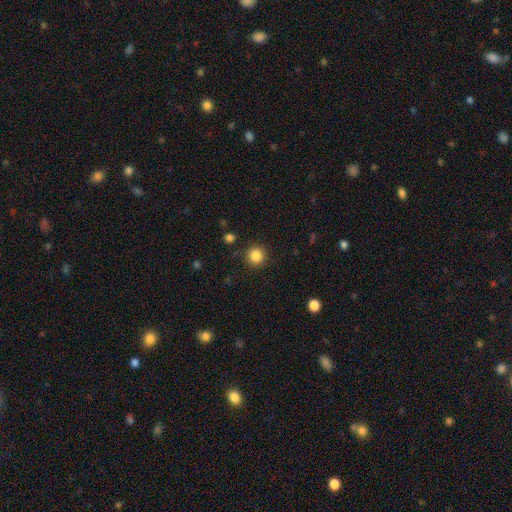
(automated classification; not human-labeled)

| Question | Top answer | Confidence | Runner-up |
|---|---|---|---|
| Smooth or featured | smooth | 85% | star or artifact (11%) |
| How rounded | round | 94% | in between (5%) |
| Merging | none | 91% | minor disturbance (6%) |